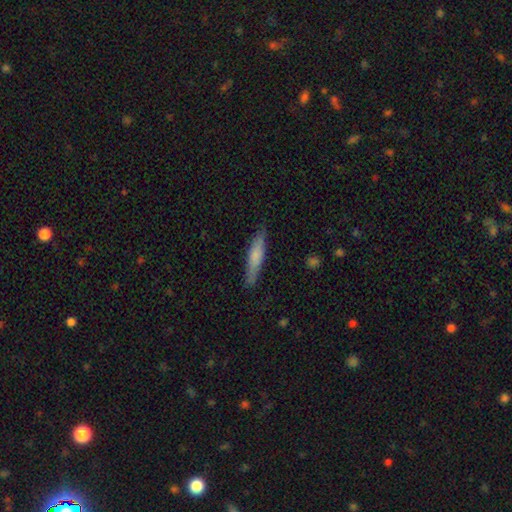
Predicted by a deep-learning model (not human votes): Smooth or featured?
  - smooth: 67% *
  - featured or disk: 28%
  - star or artifact: 6%
How rounded?
  - cigar-shaped: 85% *
  - in between: 14%
  - round: 2%
Merging?
  - none: 84% *
  - minor disturbance: 12%
  - major disturbance: 2%
  - merger: 1%